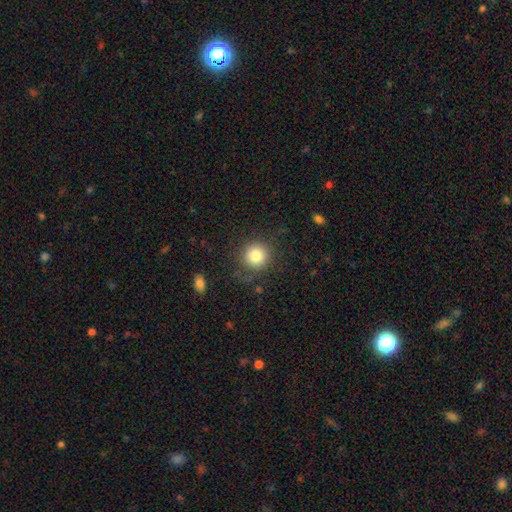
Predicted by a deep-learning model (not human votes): smooth_or_featured: smooth (p=0.82) [alt: star or artifact p=0.10]
how_rounded: round (p=0.93) [alt: in between p=0.06]
merging: none (p=0.84) [alt: minor disturbance p=0.10]